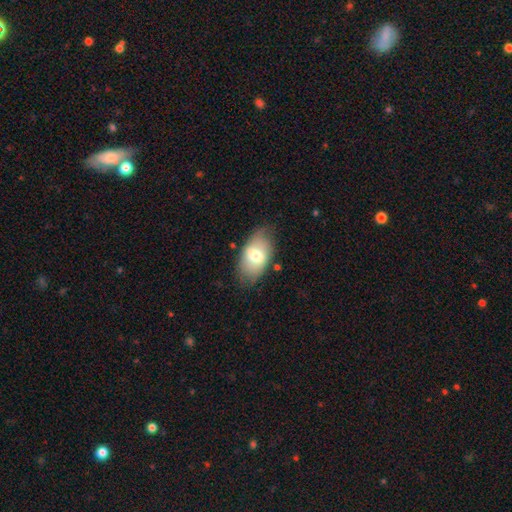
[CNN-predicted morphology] This appears to be a smooth galaxy with no disk features (66%) that is in between round and cigar-shaped (92%). Merging: none (74%).